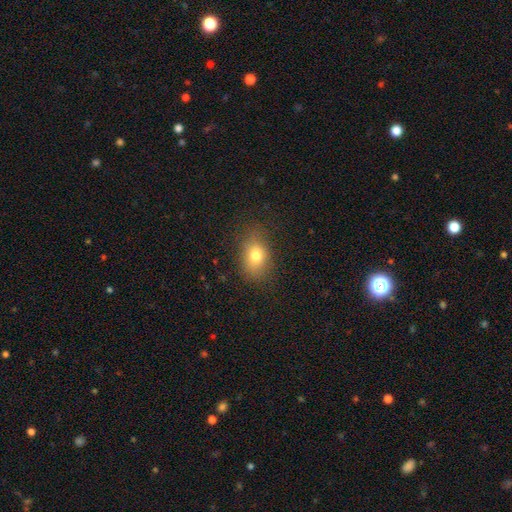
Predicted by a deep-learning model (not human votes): Smooth or featured?
  - smooth: 77% *
  - star or artifact: 12%
  - featured or disk: 11%
How rounded?
  - in between: 71% *
  - round: 27%
  - cigar-shaped: 2%
Merging?
  - none: 79% *
  - minor disturbance: 15%
  - major disturbance: 5%
  - merger: 1%